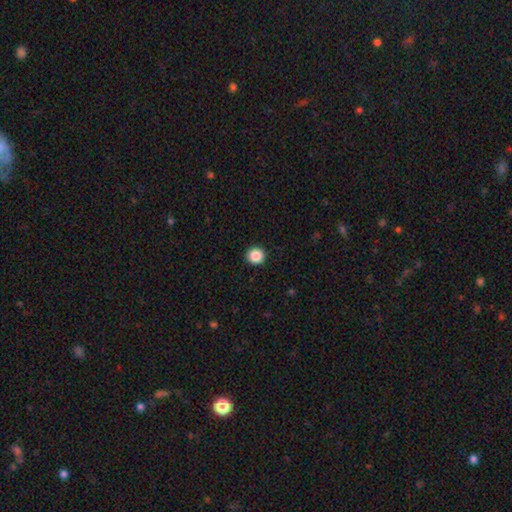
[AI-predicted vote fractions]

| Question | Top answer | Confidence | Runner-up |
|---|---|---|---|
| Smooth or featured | smooth | 88% | star or artifact (9%) |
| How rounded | round | 95% | in between (4%) |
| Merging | none | 93% | minor disturbance (4%) |